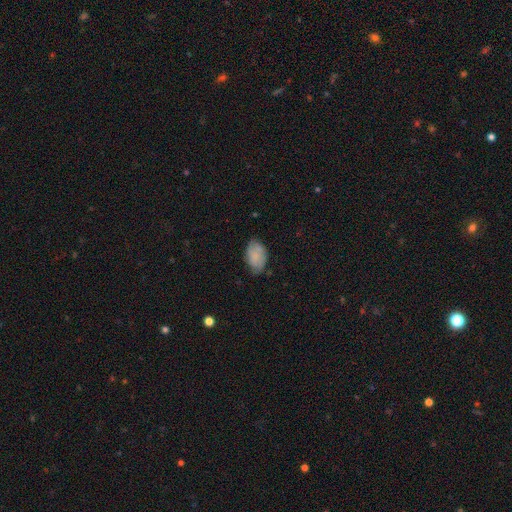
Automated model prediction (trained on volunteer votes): smooth-or-featured: smooth: 68% | featured or disk: 24% | star or artifact: 8%
  how-rounded: in between: 91% | round: 8% | cigar-shaped: 1%
  merging: none: 64% | minor disturbance: 29% | major disturbance: 6% | merger: 2%